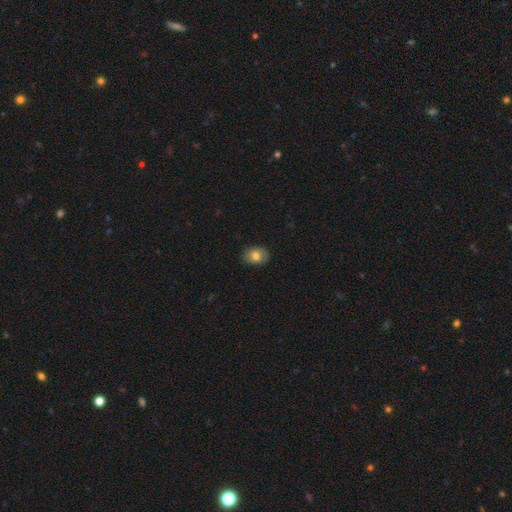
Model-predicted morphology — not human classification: This is likely a smooth galaxy (74%). How rounded: likely in between (66%). Merging: clearly none (82%).